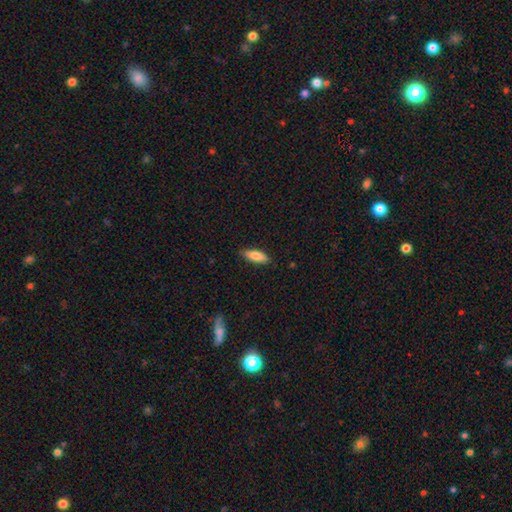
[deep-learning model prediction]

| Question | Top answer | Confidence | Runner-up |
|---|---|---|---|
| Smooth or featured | smooth | 81% | featured or disk (13%) |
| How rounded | in between | 59% | cigar-shaped (39%) |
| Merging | none | 85% | minor disturbance (12%) |